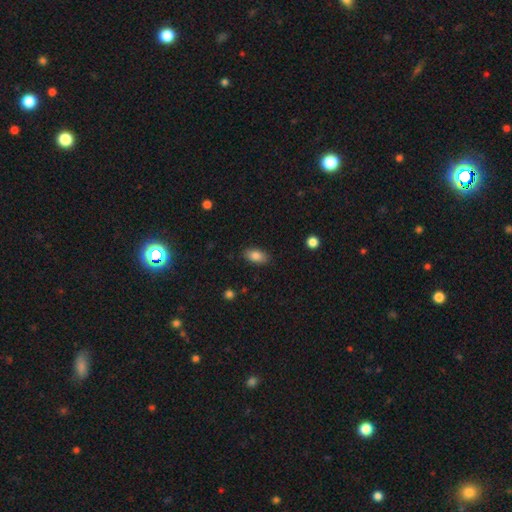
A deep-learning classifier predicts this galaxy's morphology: The model was most divided on "merging": none: 86%, minor disturbance: 10%, major disturbance: 3%, merger: 1%. More confident: how rounded — in between (90%); smooth or featured — smooth (84%).